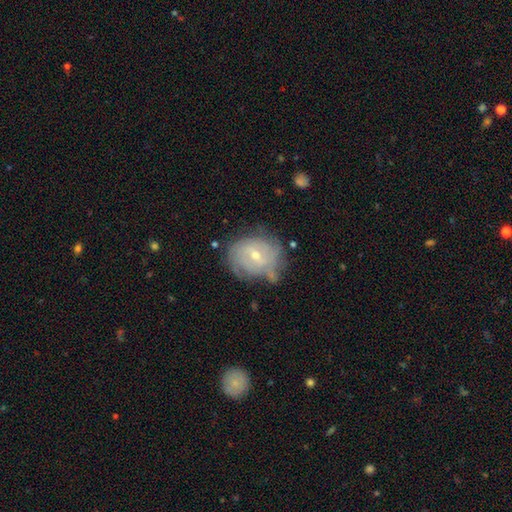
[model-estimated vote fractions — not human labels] Smooth or featured? featured or disk (65%)
Edge-on disk? no (96%)
Bar? weak (48%)
Spiral arms? yes (76%)
Bulge size? small (51%)
Merging? none (56%)